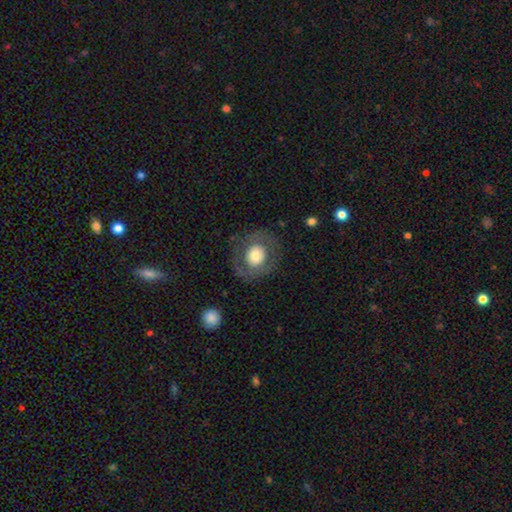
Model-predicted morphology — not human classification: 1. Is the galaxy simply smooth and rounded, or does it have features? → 56% smooth, 37% featured or disk, 7% star or artifact.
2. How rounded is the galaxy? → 80% round, 19% in between, 1% cigar-shaped.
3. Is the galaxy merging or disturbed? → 79% none, 11% minor disturbance, 9% major disturbance, 1% merger.